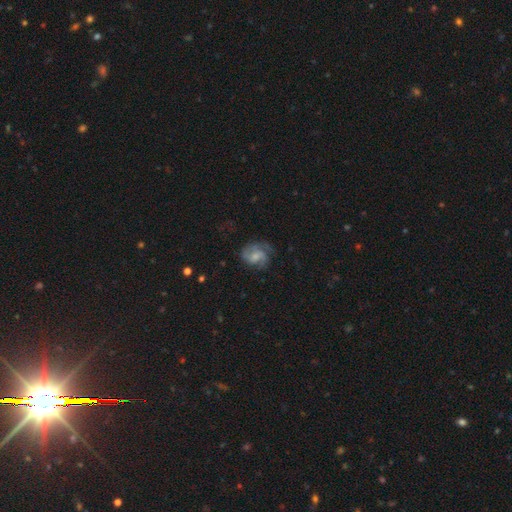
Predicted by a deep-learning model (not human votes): Overall: featured or disk (62%; smooth 30%). Edge-on disk: no (98%). Bar: no (60%; weak 34%). Spiral arms: yes (88%). Spiral arm count: 2 (42%; can't tell 23%). Spiral winding: medium (46%; tight 34%). Bulge size: small (43%; moderate 35%). Merging: none (57%; minor disturbance 23%).